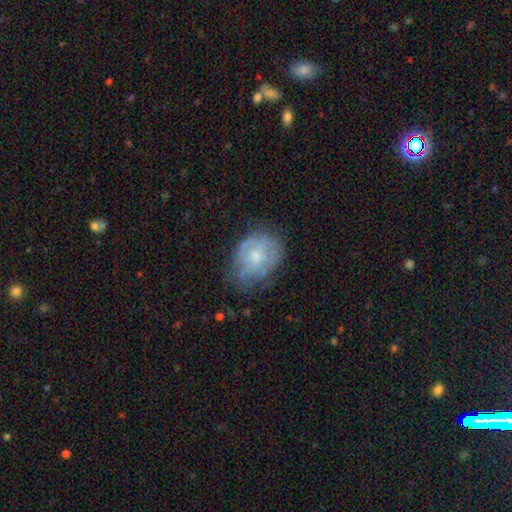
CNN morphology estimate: Smooth or featured?
  - smooth: 46% * (tied)
  - featured or disk: 46% * (tied)
  - star or artifact: 8%
Merging?
  - none: 58% *
  - minor disturbance: 30%
  - major disturbance: 11%
  - merger: 1%